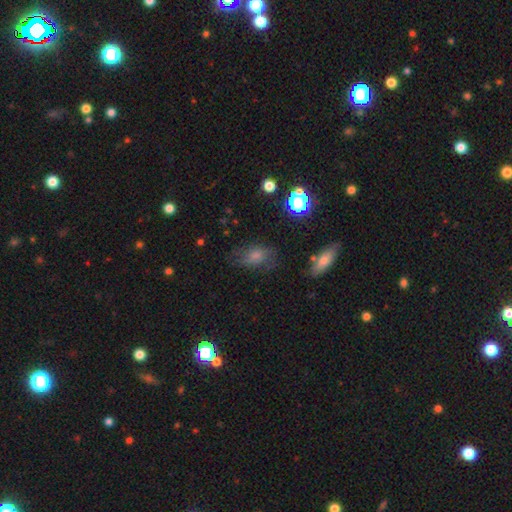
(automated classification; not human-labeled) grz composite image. It shows a smooth galaxy with no disk features (49%). Merging: none (66%).